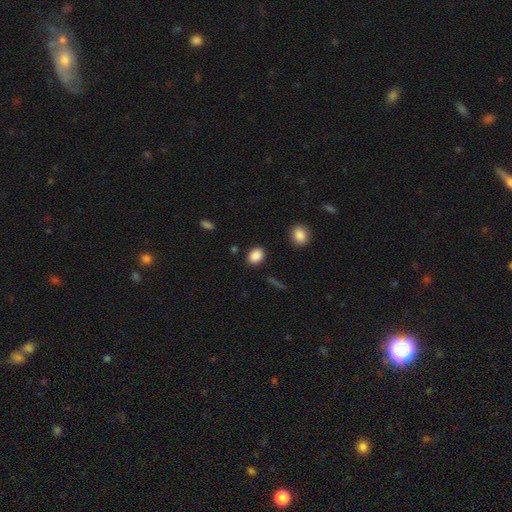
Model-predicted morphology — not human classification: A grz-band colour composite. It shows a smooth galaxy with no disk features (88%) that is in between round and cigar-shaped (60%). Merging: none (87%).